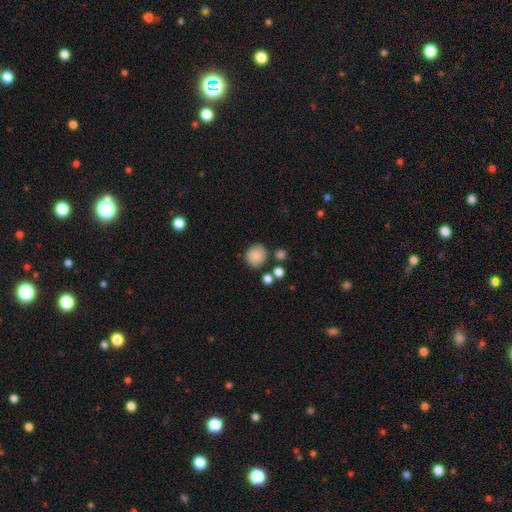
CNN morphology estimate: Overall: smooth (83%). How rounded: round (87%). Merging: none (74%).